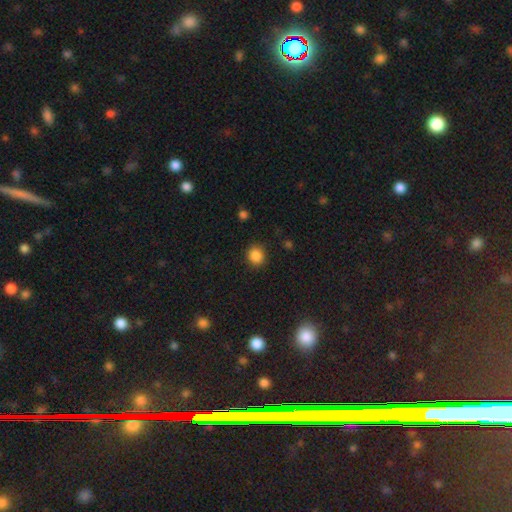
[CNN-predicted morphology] Smooth or featured?
  - smooth: 86% *
  - star or artifact: 11%
  - featured or disk: 3%
How rounded?
  - round: 80% *
  - in between: 19%
  - cigar-shaped: 1%
Merging?
  - none: 89% *
  - minor disturbance: 8%
  - major disturbance: 2%
  - merger: 1%